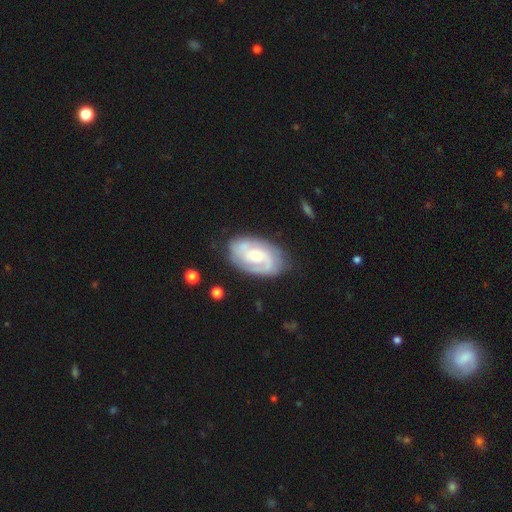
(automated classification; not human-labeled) This is likely a featured or disk galaxy (79%). It is clearly not viewed edge-on (97%). Bar: likely no (61%). Spiral arm pattern: clearly yes (93%). Spiral arm count: likely 2 (61%). Spiral winding: possibly tight (54%). Central bulge: possibly small (47%). Merging: likely none (73%).